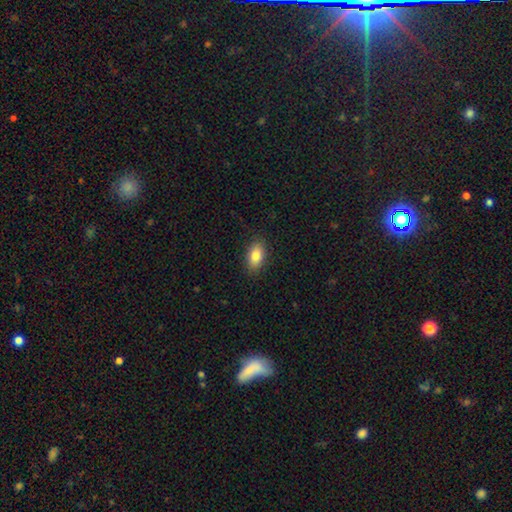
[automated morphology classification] This is clearly a smooth galaxy (83%). How rounded: clearly in between (90%). Merging: clearly none (87%).